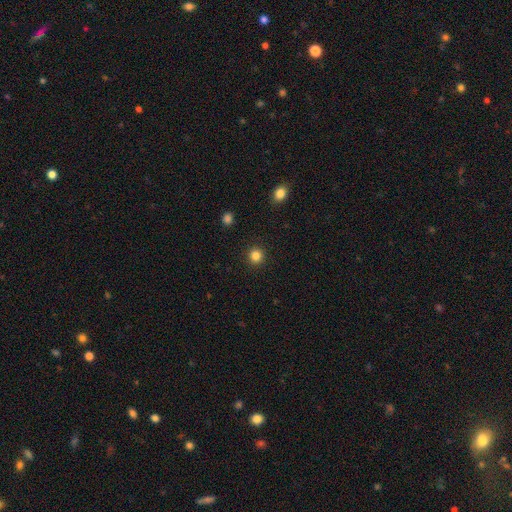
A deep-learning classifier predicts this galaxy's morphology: smooth-or-featured: smooth: 84% | star or artifact: 12% | featured or disk: 4%
  how-rounded: round: 94% | in between: 5% | cigar-shaped: 1%
  merging: none: 93% | minor disturbance: 5% | major disturbance: 2% | merger: 1%